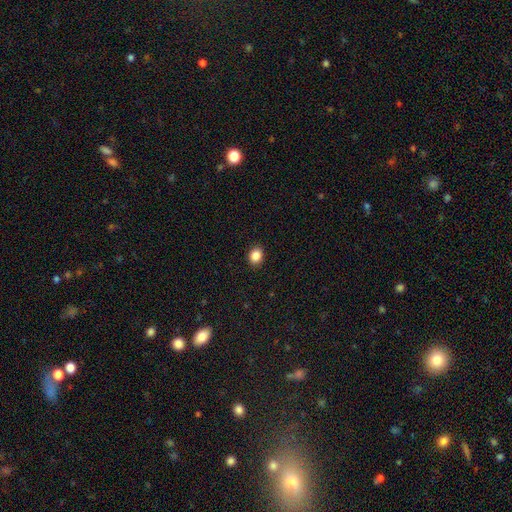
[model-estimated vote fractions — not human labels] Smooth or featured? Predicted: smooth (p=0.87). How rounded? Predicted: round (p=0.53). Merging? Predicted: none (p=0.91).